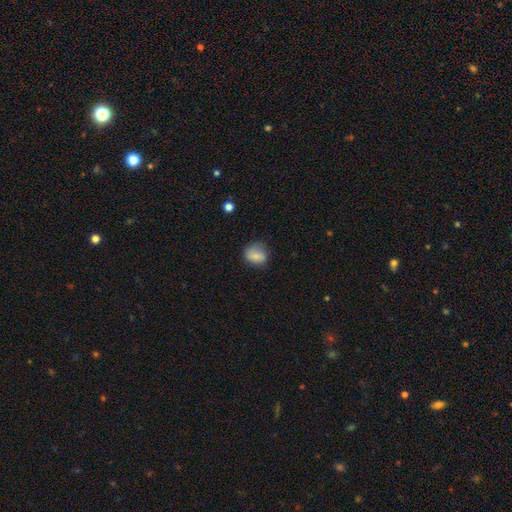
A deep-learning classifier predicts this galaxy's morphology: This is likely a smooth galaxy (79%). How rounded: likely round (64%). Merging: likely none (67%).